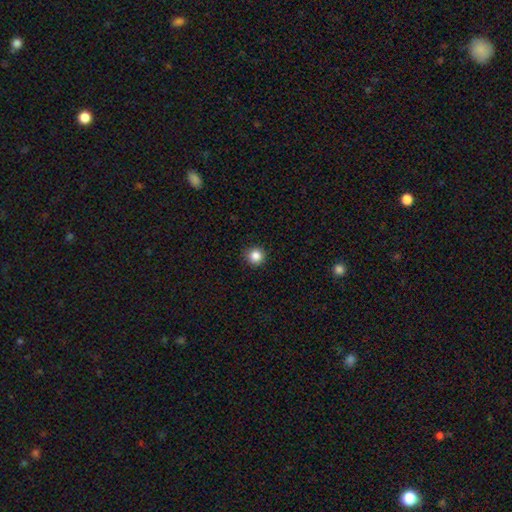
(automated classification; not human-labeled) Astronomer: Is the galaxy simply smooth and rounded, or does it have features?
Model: smooth — 85%.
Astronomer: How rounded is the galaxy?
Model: round — 95%.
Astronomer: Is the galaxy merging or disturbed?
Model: none — 92%.